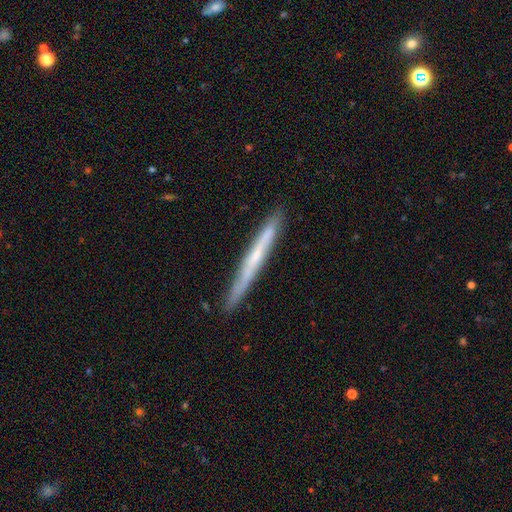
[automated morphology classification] Smooth or featured?
  - featured or disk: 53% *
  - smooth: 41%
  - star or artifact: 6%
Edge-on disk?
  - yes: 95% *
  - no: 5%
Edge-on bulge?
  - none: 74% *
  - rounded: 20%
  - boxy: 6%
Merging?
  - none: 86% *
  - minor disturbance: 11%
  - major disturbance: 2%
  - merger: 1%